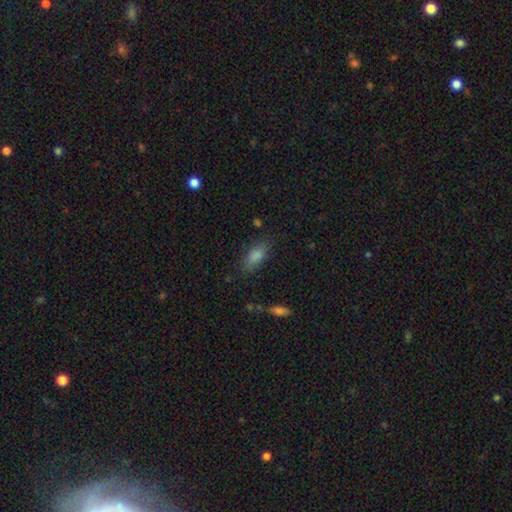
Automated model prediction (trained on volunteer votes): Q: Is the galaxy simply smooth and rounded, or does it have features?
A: smooth — 83%.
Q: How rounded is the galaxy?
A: in between — 86%.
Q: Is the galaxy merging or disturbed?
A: none — 72%.